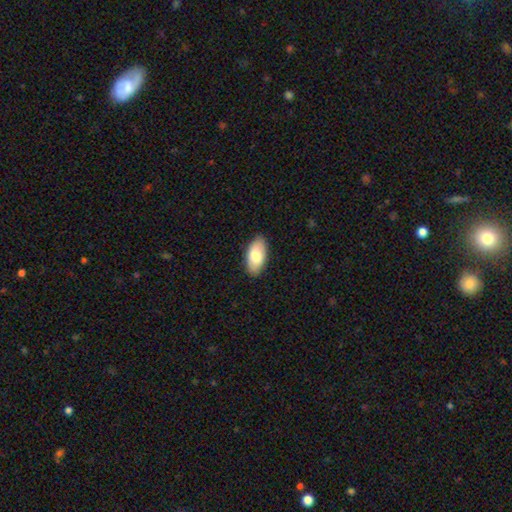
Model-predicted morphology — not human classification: A smooth galaxy with no disk features (80%) that is in between round and cigar-shaped (94%).

Vote fractions:
- Smooth or featured? smooth: 80% / featured or disk: 14% / star or artifact: 6%
- How rounded? in between: 94% / cigar-shaped: 4% / round: 2%
- Merging? none: 88% / minor disturbance: 9% / major disturbance: 2% / merger: 1%